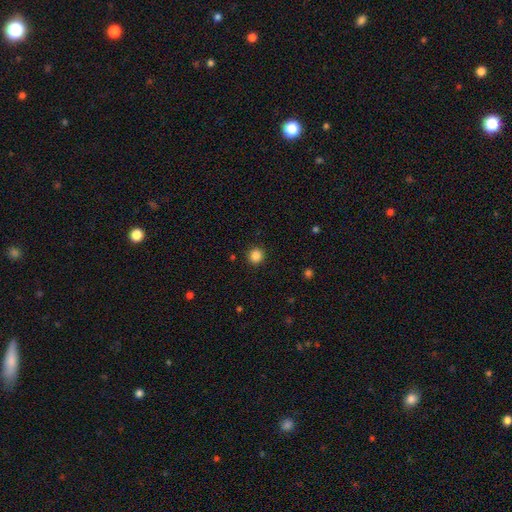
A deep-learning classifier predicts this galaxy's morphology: smooth-or-featured: smooth: 85% | star or artifact: 11% | featured or disk: 3%
  how-rounded: round: 94% | in between: 5% | cigar-shaped: 1%
  merging: none: 92% | minor disturbance: 5% | major disturbance: 2% | merger: 1%